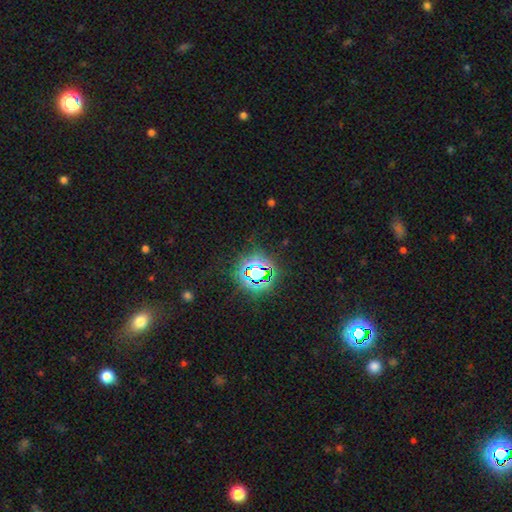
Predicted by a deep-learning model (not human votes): Overall: star or artifact (78%).